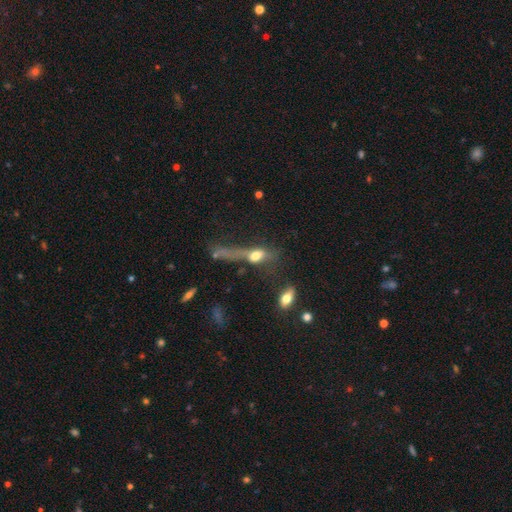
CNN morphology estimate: smooth 54%, featured or disk 33%, star or artifact 13%. Down the decision tree: how rounded — in between (52%); merging — major disturbance (51%).